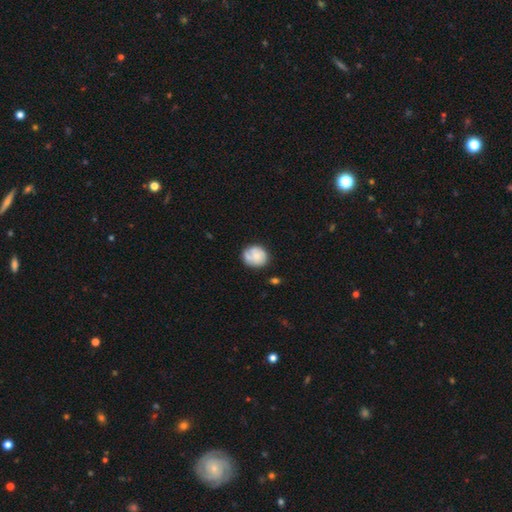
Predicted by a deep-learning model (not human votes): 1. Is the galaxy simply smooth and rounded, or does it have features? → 55% smooth, 38% featured or disk, 7% star or artifact.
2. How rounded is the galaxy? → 67% round, 32% in between, 1% cigar-shaped.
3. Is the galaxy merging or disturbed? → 61% none, 25% minor disturbance, 8% major disturbance, 6% merger.